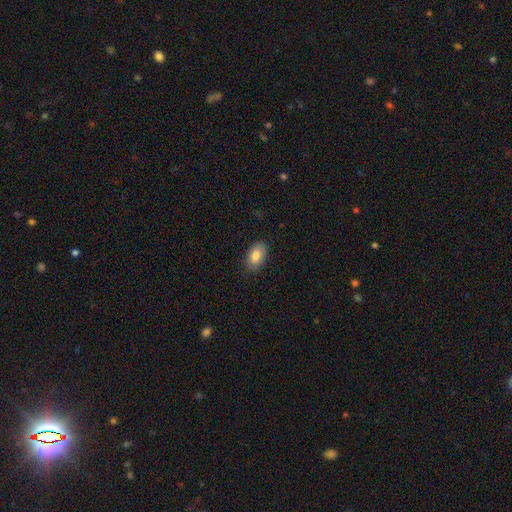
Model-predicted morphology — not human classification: type=smooth (83%); roundness=in between (91%); merging=none (83%).